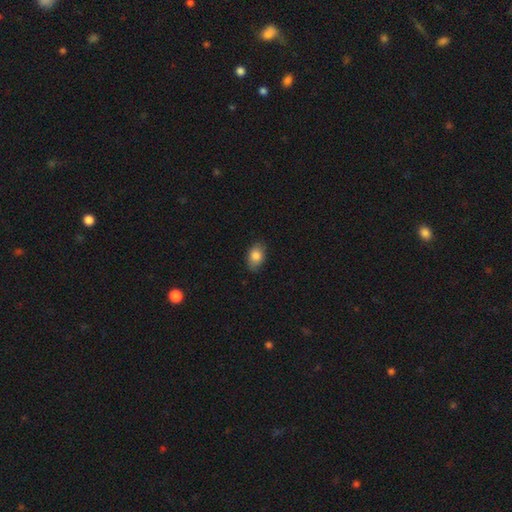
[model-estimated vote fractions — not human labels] Smooth or featured? smooth (84%)
How rounded? in between (86%)
Merging? none (82%)